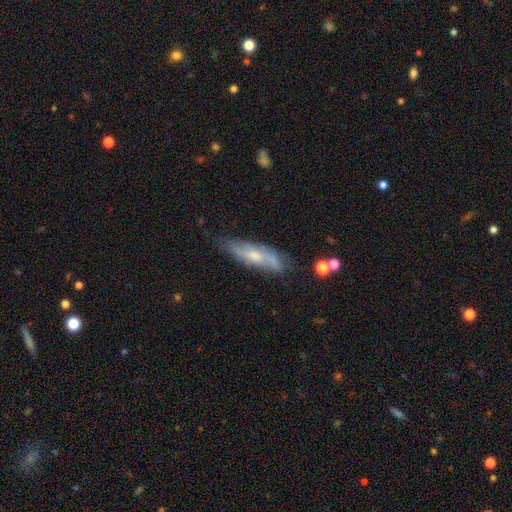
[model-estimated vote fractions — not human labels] This appears to be a featured or disk galaxy (56%). Merging: none (62%).